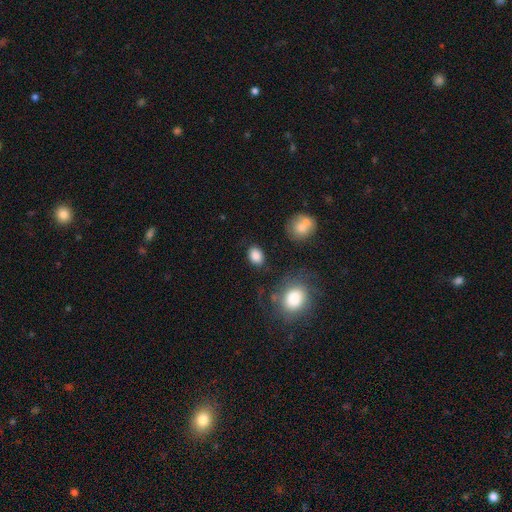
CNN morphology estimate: type=smooth (85%); roundness=in between (74%); merging=none (82%).